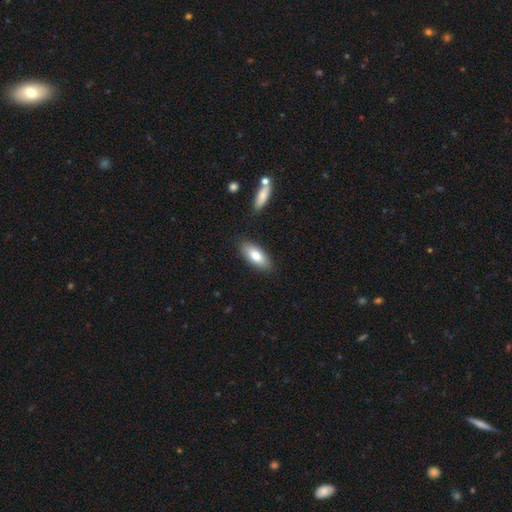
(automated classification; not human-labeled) Smooth or featured? smooth (79%)
How rounded? in between (82%)
Merging? none (86%)